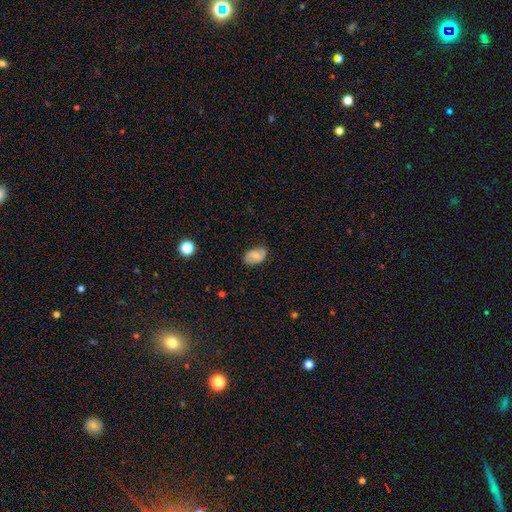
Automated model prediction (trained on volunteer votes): Q: Smooth or featured?
A: smooth (68%); runner-up: featured or disk (24%)
Q: How rounded?
A: in between (90%); runner-up: round (9%)
Q: Merging?
A: none (77%); runner-up: minor disturbance (18%)